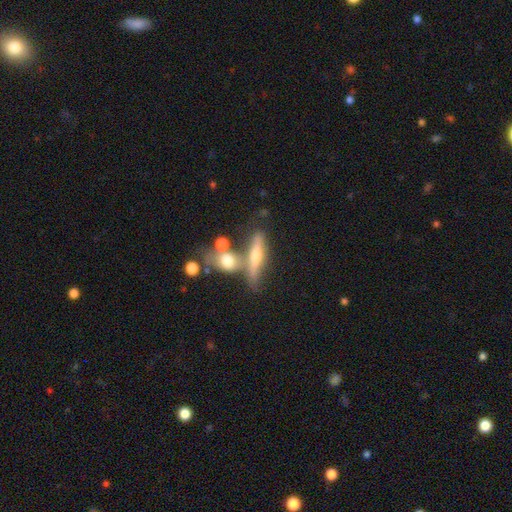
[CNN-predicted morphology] featured or disk 59%, smooth 31%, star or artifact 9%. Down the decision tree: edge-on disk — yes (87%); edge-on bulge — rounded (87%); merging — none (53%).